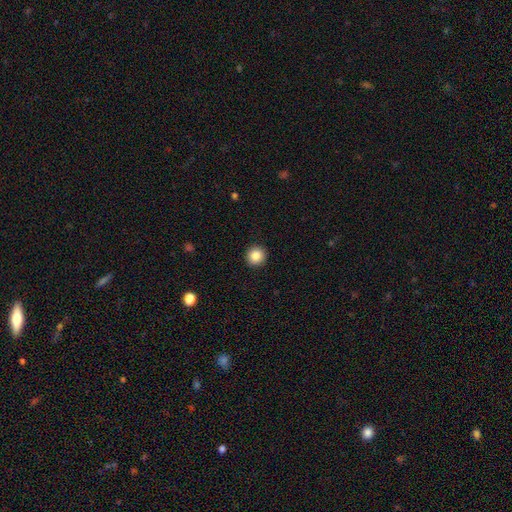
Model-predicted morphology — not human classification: Smooth or featured: smooth — 85% (star or artifact — 9%)
How rounded: round — 95% (in between — 4%)
Merging: none — 93% (minor disturbance — 4%)